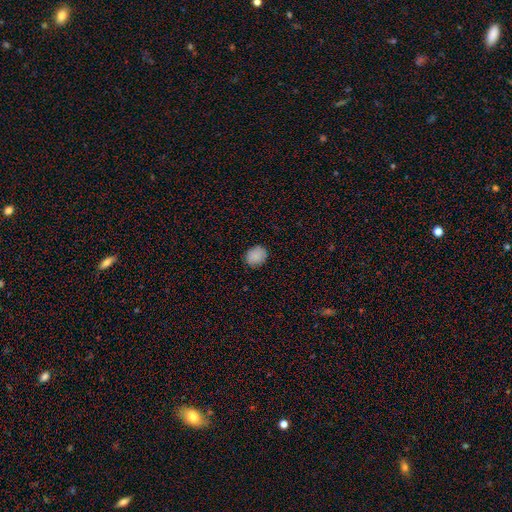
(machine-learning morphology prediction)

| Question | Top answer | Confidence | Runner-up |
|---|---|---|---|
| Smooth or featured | smooth | 87% | star or artifact (9%) |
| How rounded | round | 61% | in between (39%) |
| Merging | none | 86% | minor disturbance (11%) |